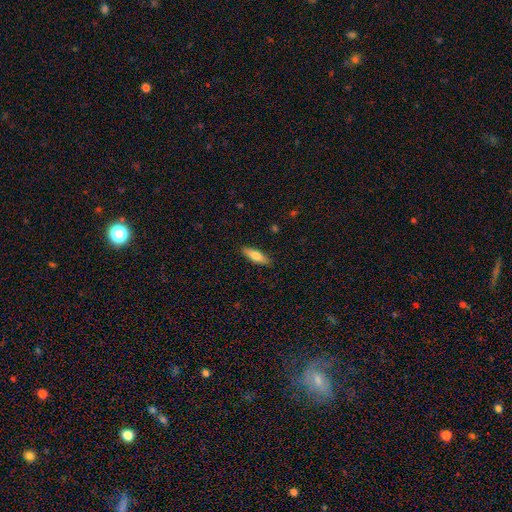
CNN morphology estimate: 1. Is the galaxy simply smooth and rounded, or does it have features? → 74% smooth, 20% featured or disk, 6% star or artifact.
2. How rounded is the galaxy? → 50% cigar-shaped, 48% in between, 2% round.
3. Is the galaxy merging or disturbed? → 88% none, 9% minor disturbance, 2% major disturbance, 1% merger.